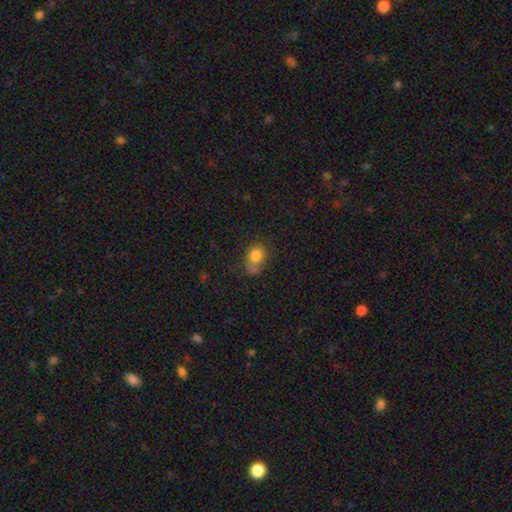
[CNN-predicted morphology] type=smooth (80%); roundness=round (53%); merging=none (43%).